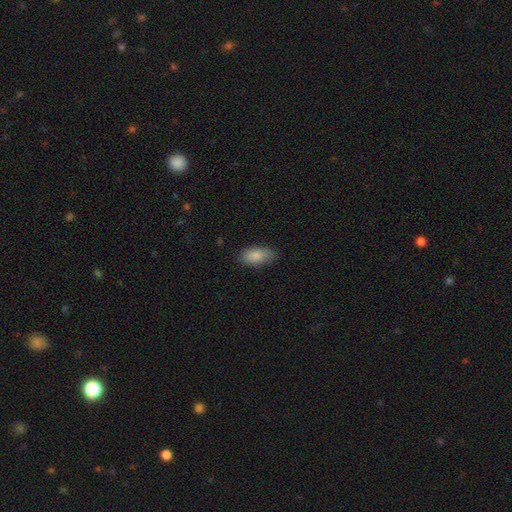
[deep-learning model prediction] Smooth or featured: smooth — 87% (star or artifact — 6%)
How rounded: in between — 91% (cigar-shaped — 6%)
Merging: none — 82% (minor disturbance — 14%)